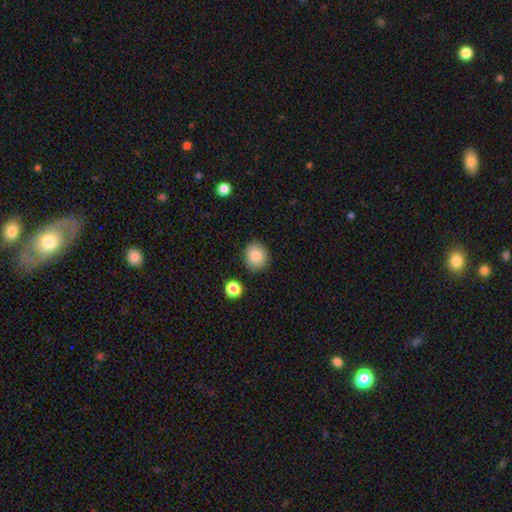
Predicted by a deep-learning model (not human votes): This appears to be a smooth galaxy with no disk features (86%) that is round (79%). Merging: none (88%).